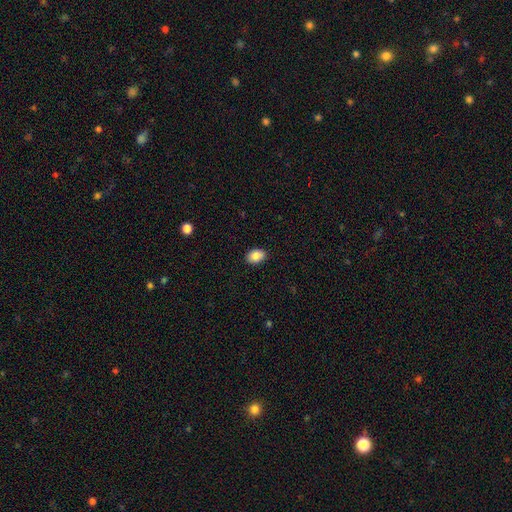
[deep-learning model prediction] smooth_or_featured: smooth (p=0.86) [alt: star or artifact p=0.08]
how_rounded: in between (p=0.78) [alt: round p=0.21]
merging: none (p=0.89) [alt: minor disturbance p=0.08]